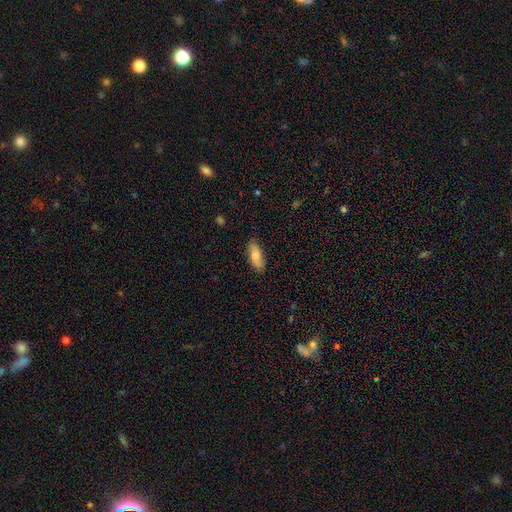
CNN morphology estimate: smooth 76%, featured or disk 18%, star or artifact 6%. Down the decision tree: how rounded — in between (77%); merging — none (82%).